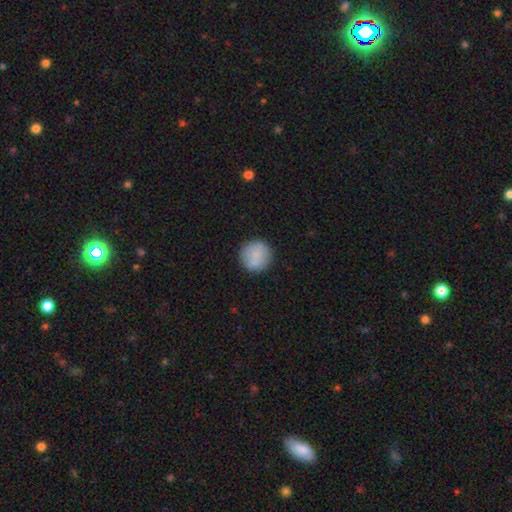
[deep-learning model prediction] A smooth galaxy with no disk features (82%) that is round (94%). Merging: none (85%).